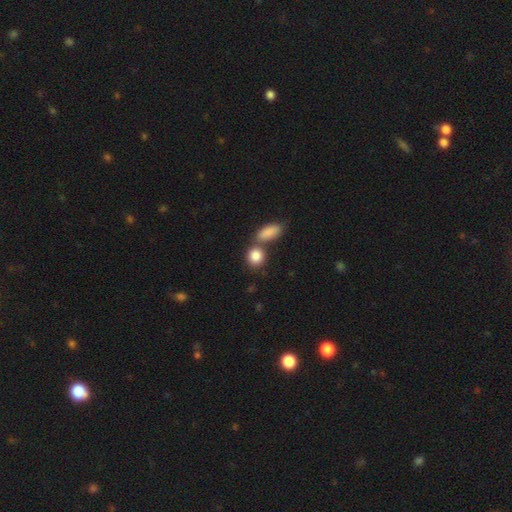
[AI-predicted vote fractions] Overall: smooth (86%). How rounded: round (51%; in between 46%). Merging: none (48%; merger 39%).